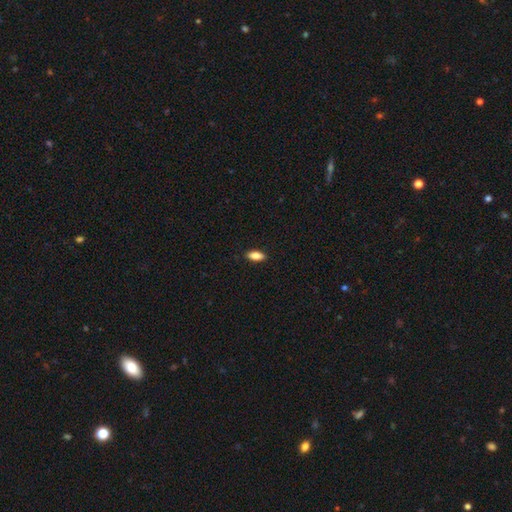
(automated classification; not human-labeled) Smooth or featured: smooth — 82% (featured or disk — 11%)
How rounded: in between — 83% (cigar-shaped — 14%)
Merging: none — 89% (minor disturbance — 8%)